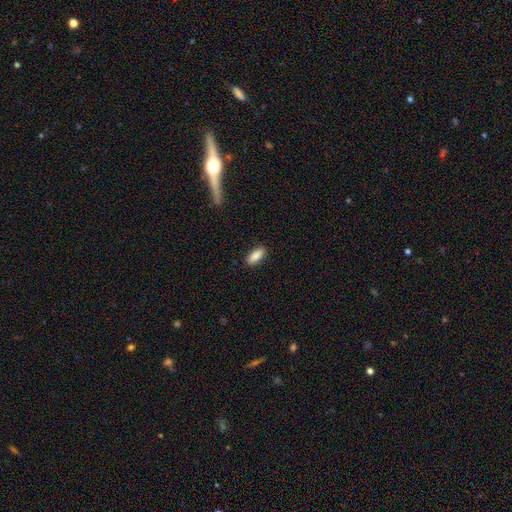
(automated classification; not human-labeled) Smooth or featured? smooth (86%)
How rounded? in between (76%)
Merging? none (89%)